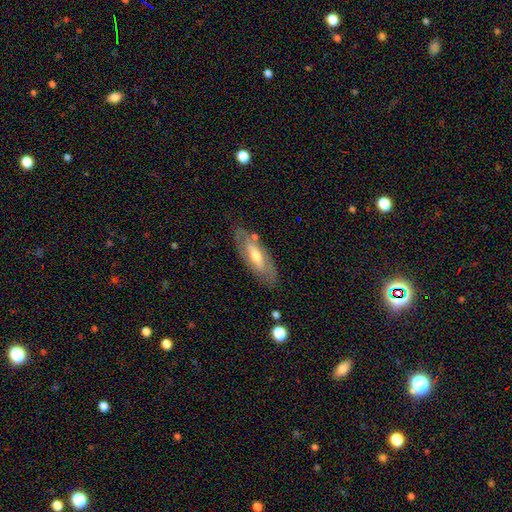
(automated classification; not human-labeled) Smooth or featured: featured or disk — 62% (smooth — 32%)
Edge-on disk: no — 74% (yes — 26%)
Merging: none — 77% (minor disturbance — 15%)